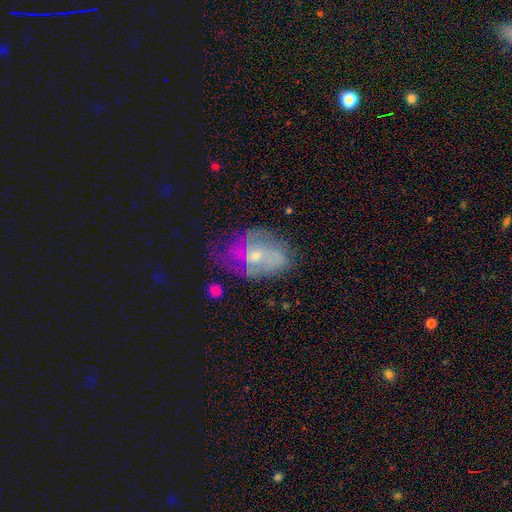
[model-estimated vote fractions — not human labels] This appears to be a featured or disk galaxy (65%) with no bar (68%), spiral arms (71%) and a small central bulge (56%). Merging: none (52%).